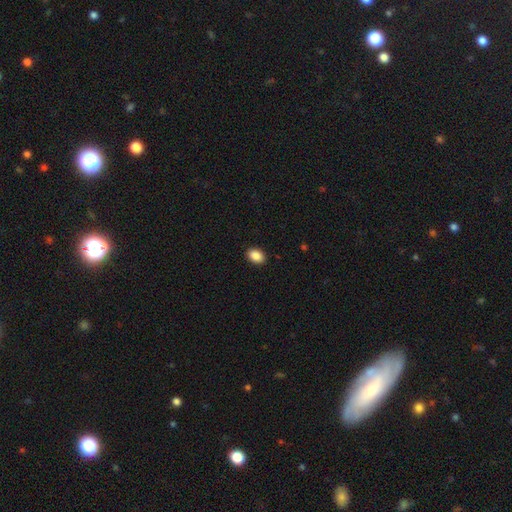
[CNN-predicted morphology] Smooth or featured? smooth (89%)
How rounded? in between (78%)
Merging? none (91%)